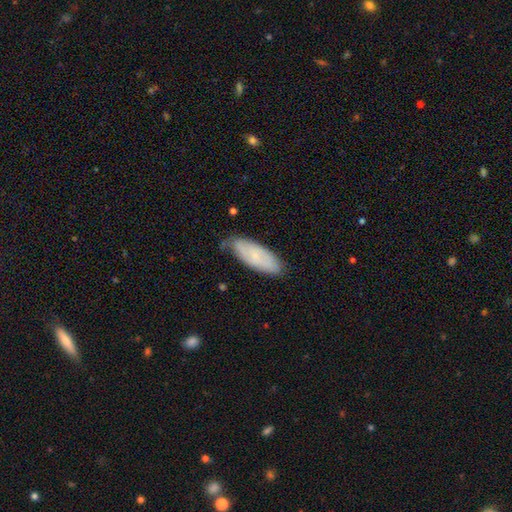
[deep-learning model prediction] A smooth galaxy with no disk features (68%) that is in between round and cigar-shaped (71%). Merging: none (66%).